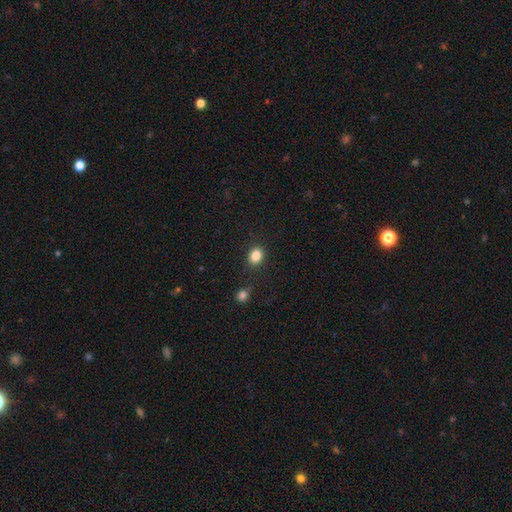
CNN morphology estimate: Smooth or featured: smooth — 85% (star or artifact — 11%)
How rounded: round — 51% (in between — 48%)
Merging: none — 84% (minor disturbance — 10%)